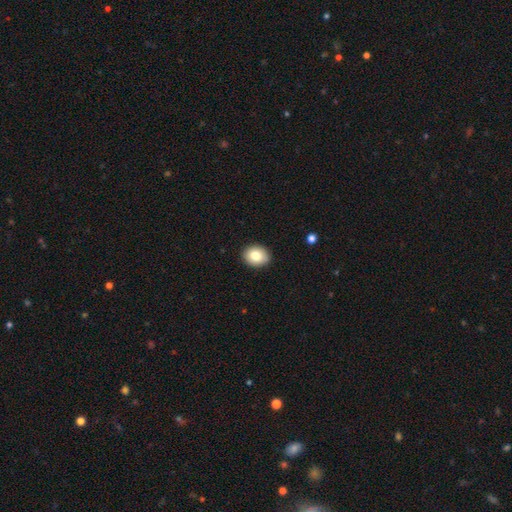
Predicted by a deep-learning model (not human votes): This is clearly a smooth galaxy (82%). How rounded: possibly in between (50%). Merging: clearly none (90%).